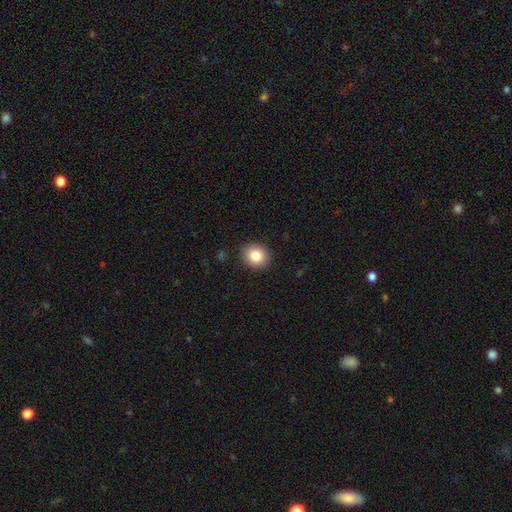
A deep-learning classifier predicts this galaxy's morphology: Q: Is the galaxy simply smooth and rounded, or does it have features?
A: smooth — 85%.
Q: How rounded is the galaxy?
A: round — 72%.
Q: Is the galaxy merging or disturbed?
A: none — 90%.